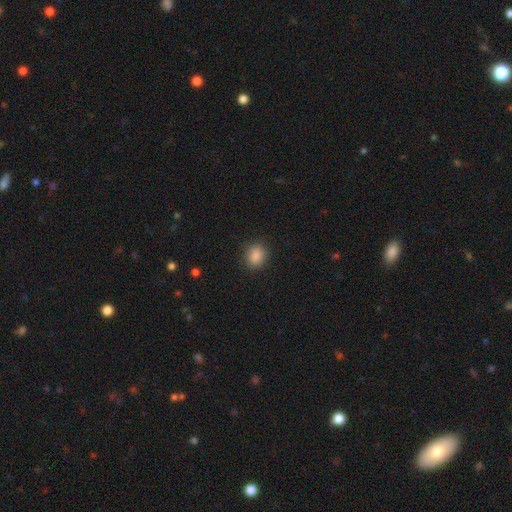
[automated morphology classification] Smooth or featured? smooth (87%)
How rounded? round (71%)
Merging? none (89%)